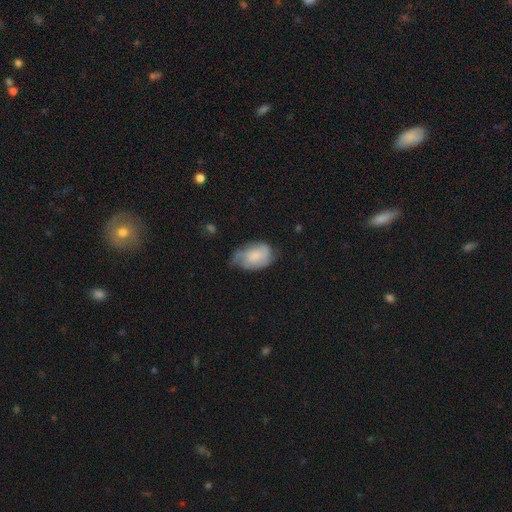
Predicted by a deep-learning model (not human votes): The model was most divided on "merging": none: 44%, minor disturbance: 38%, major disturbance: 16%, merger: 2%. More confident: how rounded — in between (88%); smooth or featured — smooth (52%).